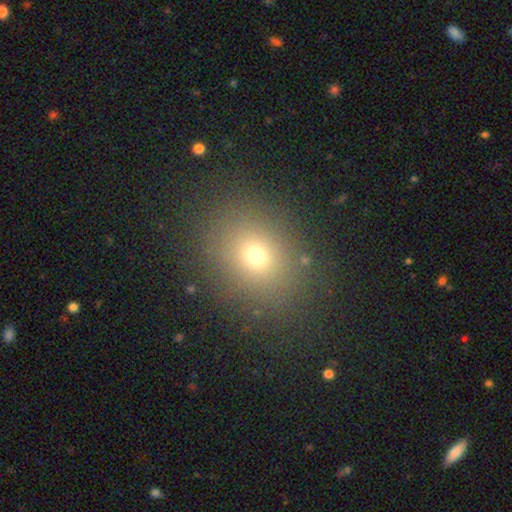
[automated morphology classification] Smooth or featured: smooth — 68% (star or artifact — 21%)
How rounded: round — 56% (in between — 43%)
Merging: none — 86% (minor disturbance — 8%)